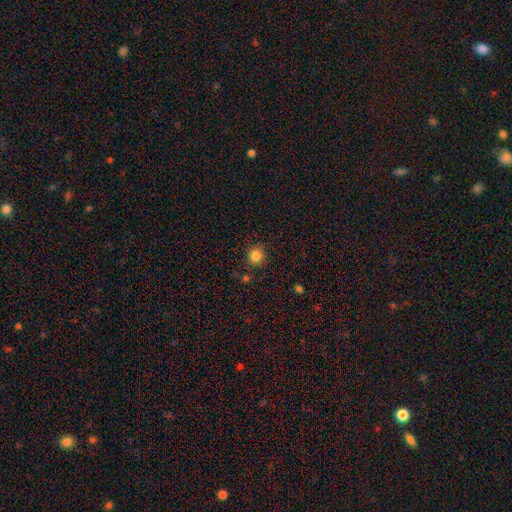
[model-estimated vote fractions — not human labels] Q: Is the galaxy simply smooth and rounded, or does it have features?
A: smooth — 84%.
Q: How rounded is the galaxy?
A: round — 83%.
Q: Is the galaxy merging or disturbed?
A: none — 86%.